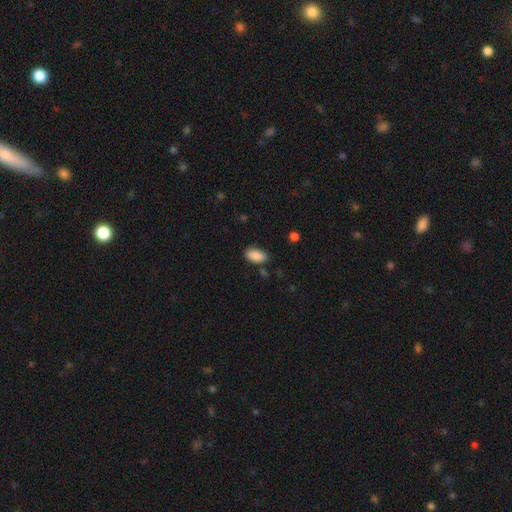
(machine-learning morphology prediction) Q: Smooth or featured?
A: smooth (89%); runner-up: star or artifact (7%)
Q: How rounded?
A: in between (94%); runner-up: round (4%)
Q: Merging?
A: none (76%); runner-up: minor disturbance (18%)